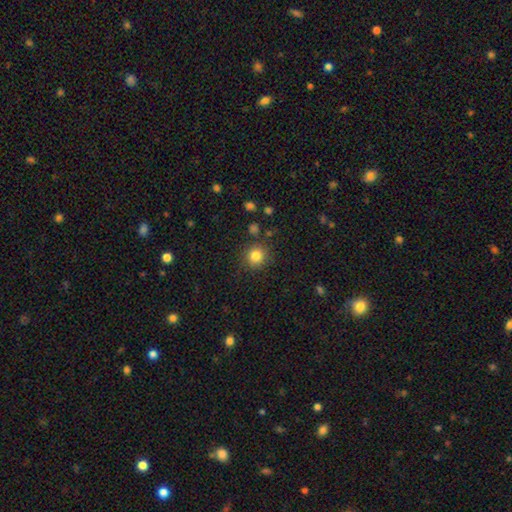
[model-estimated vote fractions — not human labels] Q: Smooth or featured?
A: smooth (83%); runner-up: star or artifact (11%)
Q: How rounded?
A: round (91%); runner-up: in between (8%)
Q: Merging?
A: none (86%); runner-up: minor disturbance (8%)